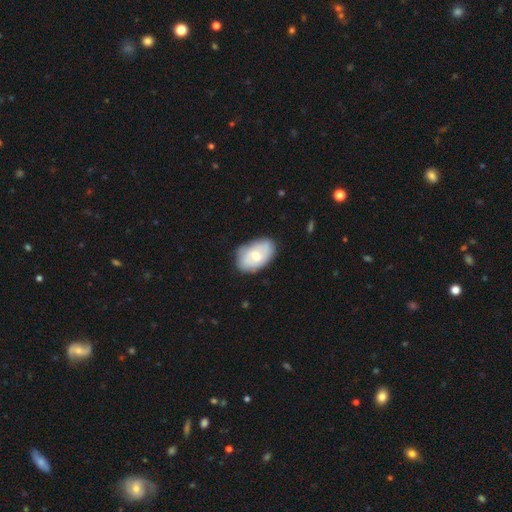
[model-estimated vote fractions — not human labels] This appears to be a smooth galaxy with no disk features (59%) that is in between round and cigar-shaped (89%). Merging: none (71%).